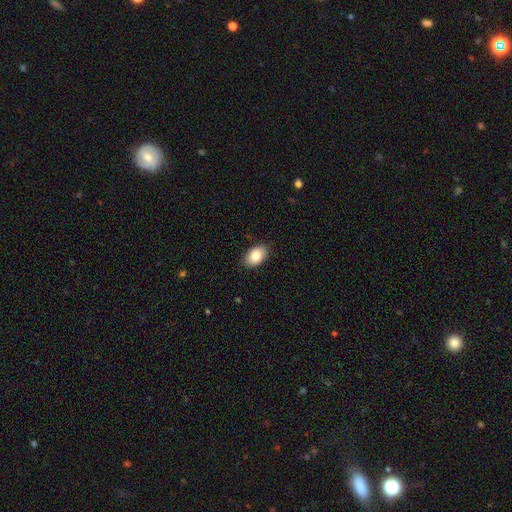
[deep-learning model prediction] Smooth or featured? smooth (85%)
How rounded? in between (91%)
Merging? none (87%)